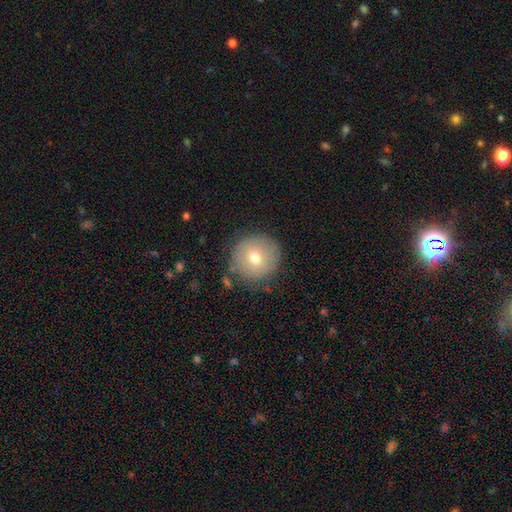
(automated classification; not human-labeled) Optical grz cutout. It shows a smooth galaxy with no disk features (69%) that is round (96%). Merging: none (87%).